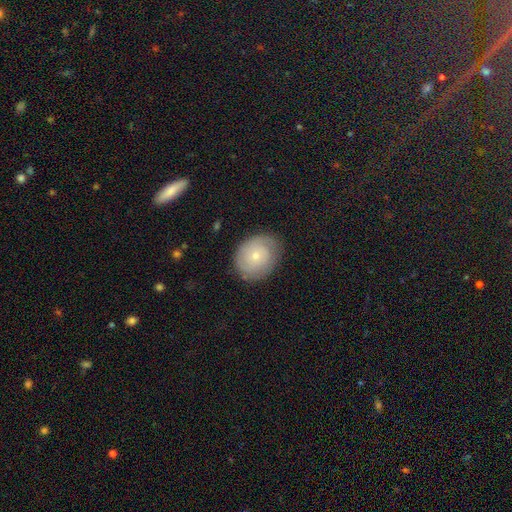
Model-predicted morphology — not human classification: A smooth galaxy with no disk features (52%) that is round (62%). Merging: none (76%).